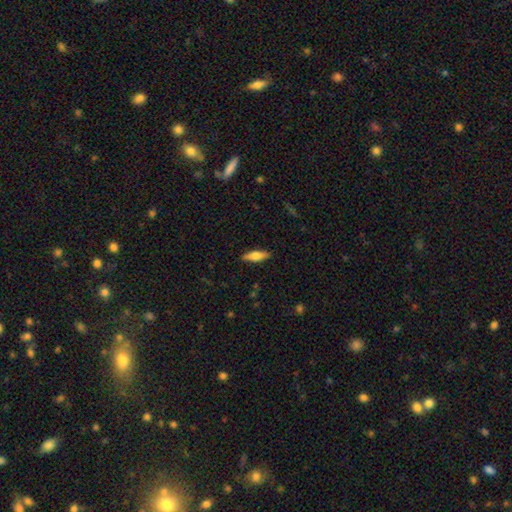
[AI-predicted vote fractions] Overall: smooth (62%; featured or disk 31%). How rounded: in between (50%; cigar-shaped 48%). Merging: none (89%).